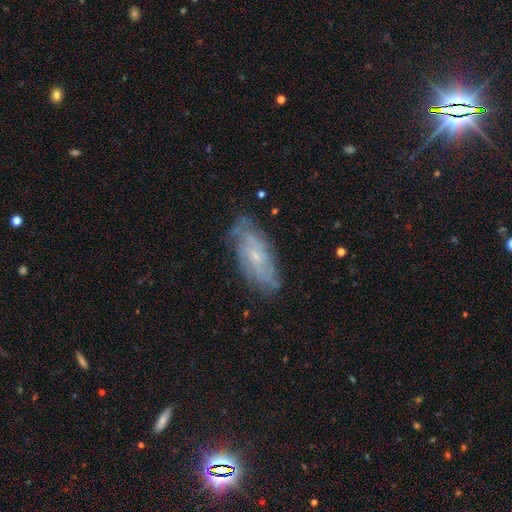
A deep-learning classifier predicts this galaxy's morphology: Smooth or featured? featured or disk (70%)
Edge-on disk? no (89%)
Bar? no (66%)
Spiral arms? yes (86%)
Spiral winding? tight (50%)
Spiral arm count? can't tell (50%)
Bulge size? small (71%)
Merging? none (72%)